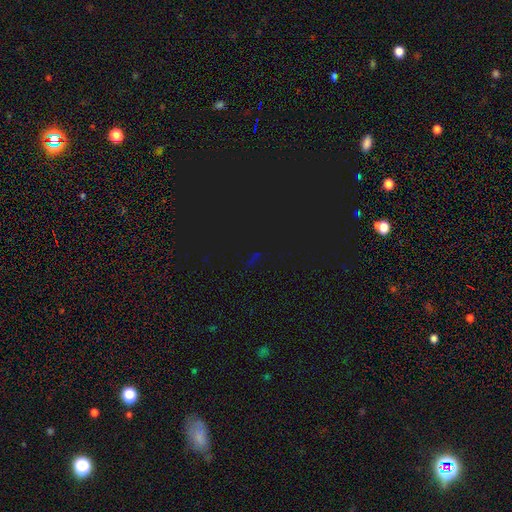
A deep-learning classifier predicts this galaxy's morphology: Smooth or featured? star or artifact (78%)